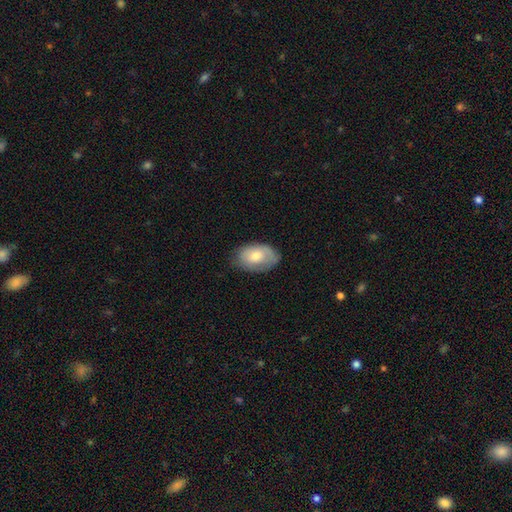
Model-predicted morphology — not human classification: This appears to be a smooth galaxy with no disk features (65%) that is in between round and cigar-shaped (89%). Merging: none (68%).